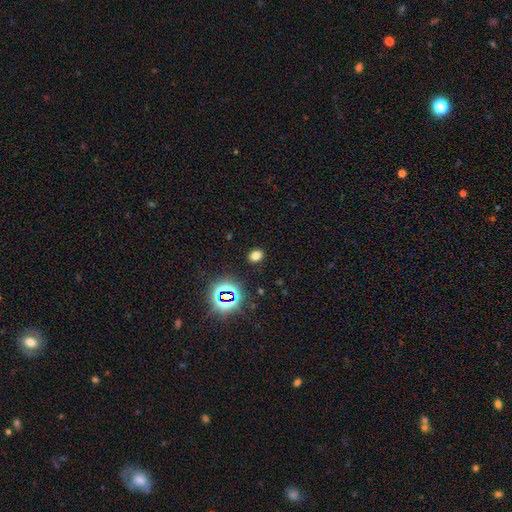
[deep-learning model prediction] Q: Smooth or featured?
A: smooth (70%); runner-up: star or artifact (24%)
Q: How rounded?
A: in between (50%); runner-up: round (49%)
Q: Merging?
A: none (88%); runner-up: minor disturbance (8%)